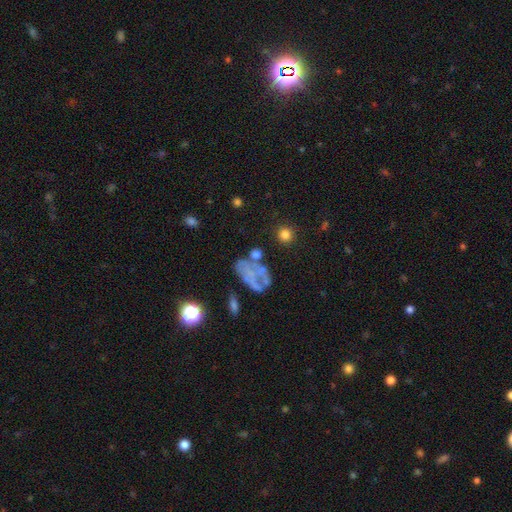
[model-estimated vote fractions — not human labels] This appears to be a featured or disk galaxy (45%). Merging: none (40%).